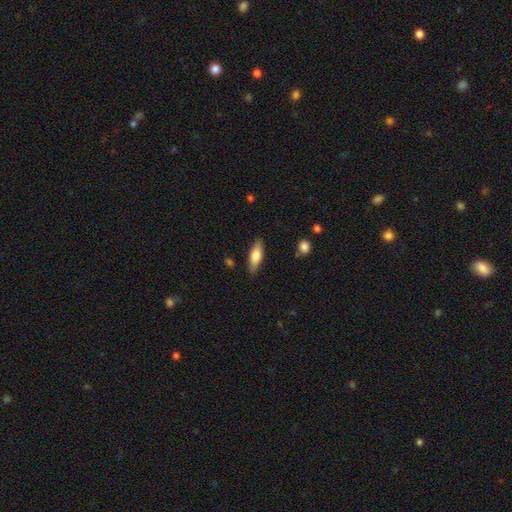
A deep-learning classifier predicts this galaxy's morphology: This appears to be a smooth galaxy with no disk features (73%) that is in between round and cigar-shaped (62%). Merging: none (84%).